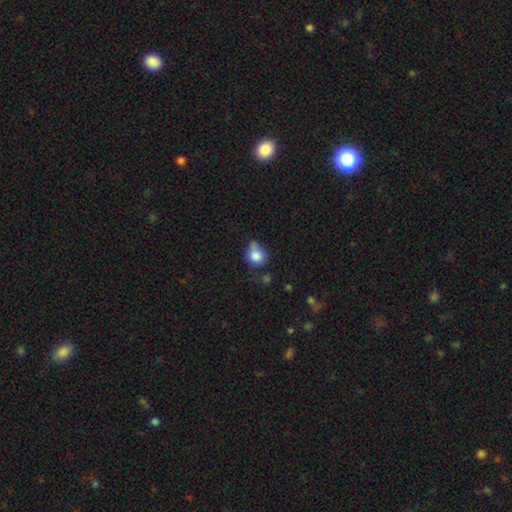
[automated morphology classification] A smooth galaxy with no disk features (80%) that is round (62%). Merging: none (39%).